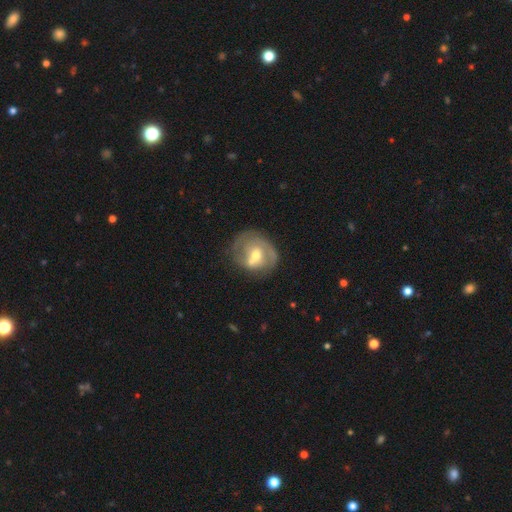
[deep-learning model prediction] Smooth or featured? Predicted: featured or disk (p=0.61). Edge-on disk? Predicted: no (p=0.97). Bar? Predicted: no (p=0.54). Spiral arms? Predicted: yes (p=0.57). Bulge size? Predicted: moderate (p=0.66). Merging? Predicted: none (p=0.43).